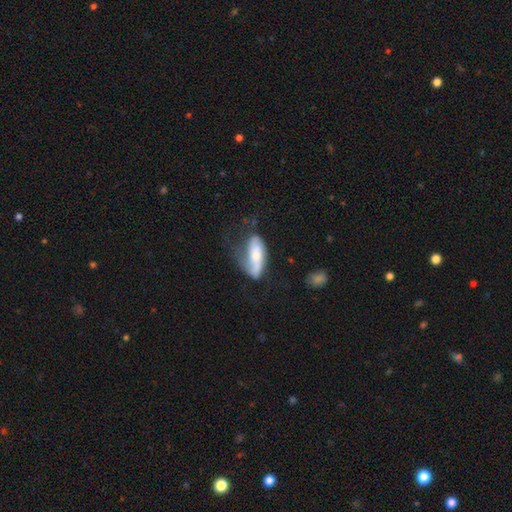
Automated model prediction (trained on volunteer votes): smooth_or_featured: smooth (p=0.50) [alt: featured or disk p=0.43]
how_rounded: in between (p=0.70) [alt: cigar-shaped p=0.28]
merging: none (p=0.41) [alt: minor disturbance p=0.33]